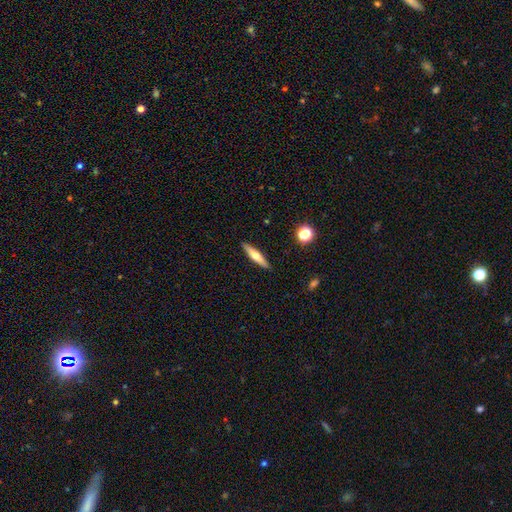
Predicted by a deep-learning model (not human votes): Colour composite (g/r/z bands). It shows a featured or disk galaxy (49%). Merging: none (90%).